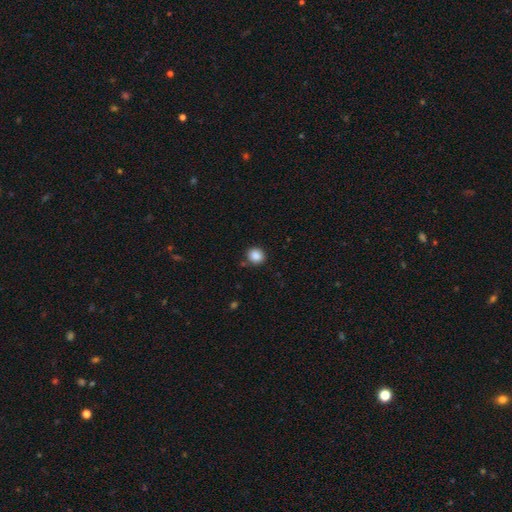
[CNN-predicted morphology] smooth_or_featured: smooth (p=0.87) [alt: star or artifact p=0.09]
how_rounded: round (p=0.76) [alt: in between p=0.23]
merging: none (p=0.85) [alt: minor disturbance p=0.09]